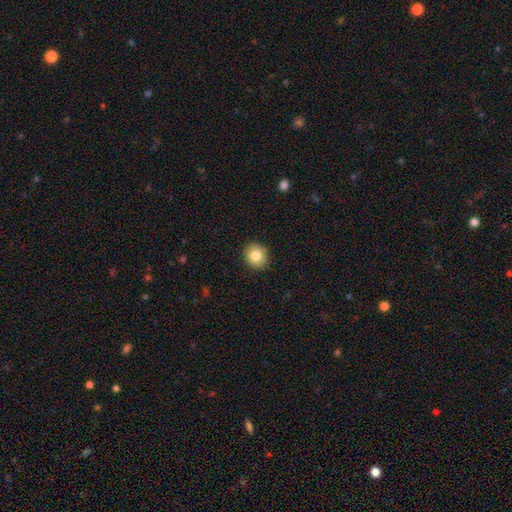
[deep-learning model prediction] The model was most divided on "how rounded": round: 79%, in between: 20%, cigar-shaped: 1%. More confident: merging — none (91%); smooth or featured — smooth (82%).